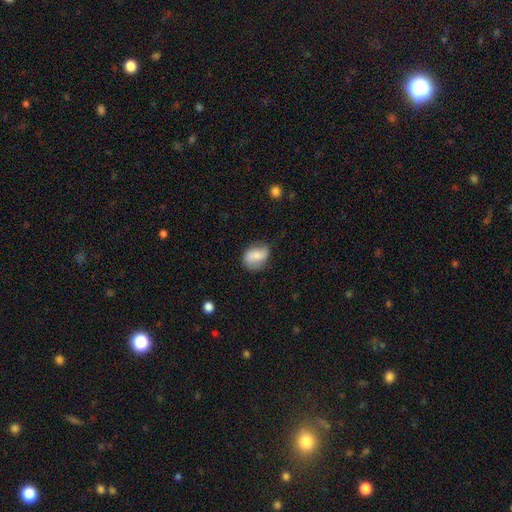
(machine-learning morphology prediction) type=smooth (65%); roundness=in between (64%); merging=none (62%).